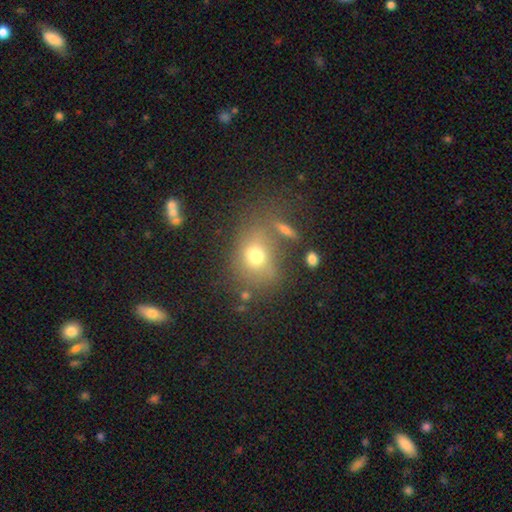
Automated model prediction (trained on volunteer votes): This is likely a smooth galaxy (69%). How rounded: possibly round (54%). Merging: possibly none (59%).